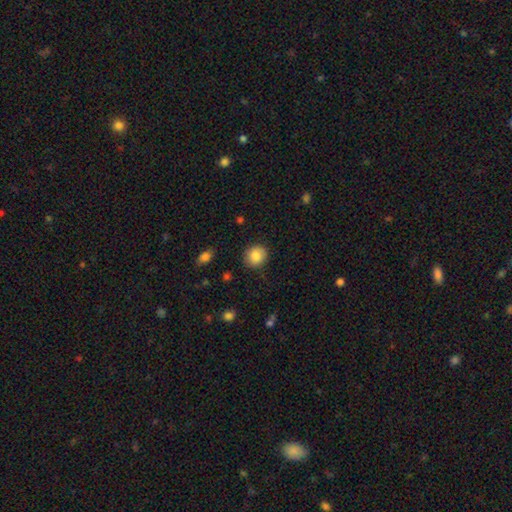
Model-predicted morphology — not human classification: This is clearly a smooth galaxy (85%). How rounded: likely round (79%). Merging: clearly none (88%).